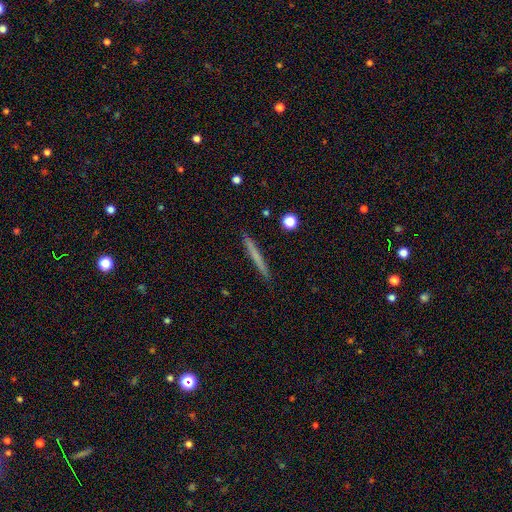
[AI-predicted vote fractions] Overall: smooth (59%; featured or disk 35%). How rounded: cigar-shaped (96%). Merging: none (92%).